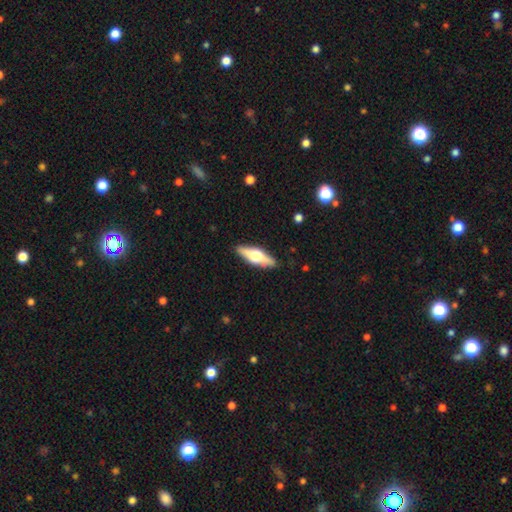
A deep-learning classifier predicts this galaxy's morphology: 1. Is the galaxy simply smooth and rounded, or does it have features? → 57% featured or disk, 38% smooth, 6% star or artifact.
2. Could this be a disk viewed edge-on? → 93% yes, 7% no.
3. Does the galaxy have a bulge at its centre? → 93% rounded, 5% boxy, 2% none.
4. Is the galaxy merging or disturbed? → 88% none, 9% minor disturbance, 2% major disturbance, 1% merger.